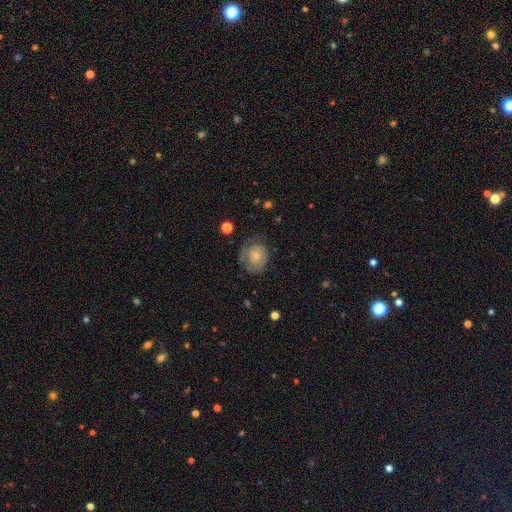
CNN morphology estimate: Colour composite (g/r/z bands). It shows a smooth galaxy with no disk features (62%) that is round (67%). Merging: none (54%).